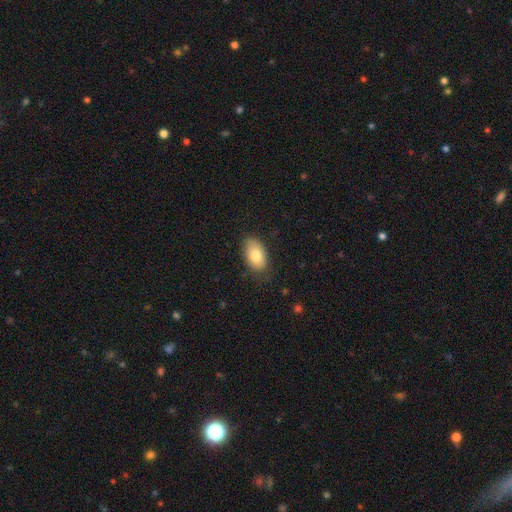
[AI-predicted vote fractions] This appears to be a smooth galaxy with no disk features (80%) that is in between round and cigar-shaped (92%). Merging: none (78%).